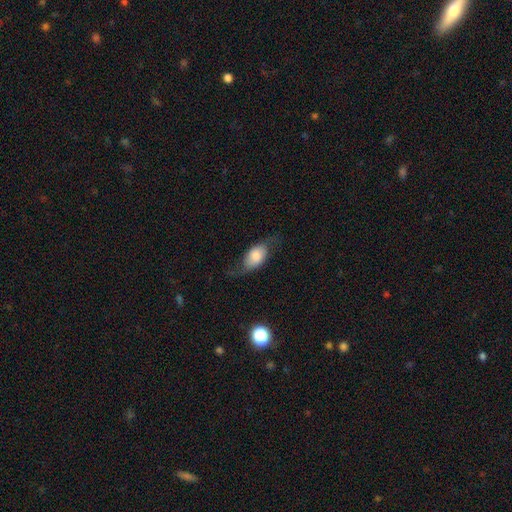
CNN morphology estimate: Q: Smooth or featured?
A: smooth (58%); runner-up: featured or disk (34%)
Q: How rounded?
A: in between (84%); runner-up: round (11%)
Q: Merging?
A: none (59%); runner-up: minor disturbance (24%)